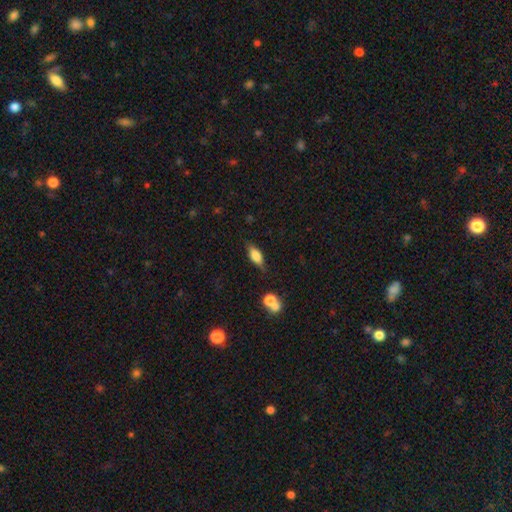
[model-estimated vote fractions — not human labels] smooth 72%, featured or disk 20%, star or artifact 8%. Down the decision tree: how rounded — in between (76%); merging — none (72%).